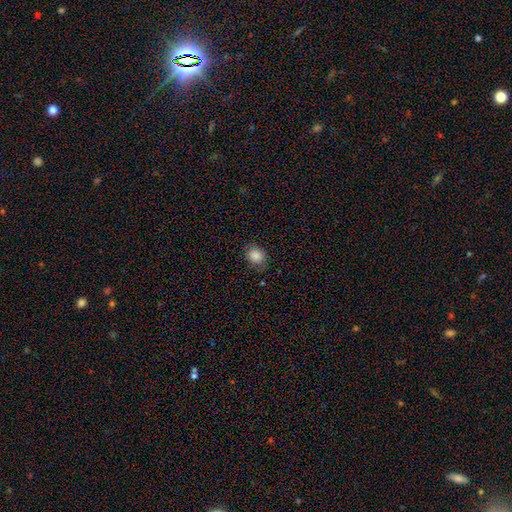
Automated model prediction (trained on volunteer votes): The model was most divided on "how rounded": in between: 52%, round: 47%, cigar-shaped: 1%. More confident: smooth or featured — smooth (86%); merging — none (78%).